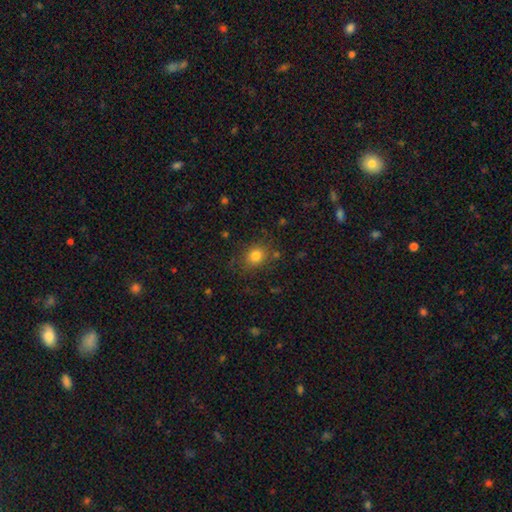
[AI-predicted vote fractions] Smooth or featured: smooth — 79% (star or artifact — 13%)
How rounded: round — 67% (in between — 33%)
Merging: none — 78% (minor disturbance — 13%)